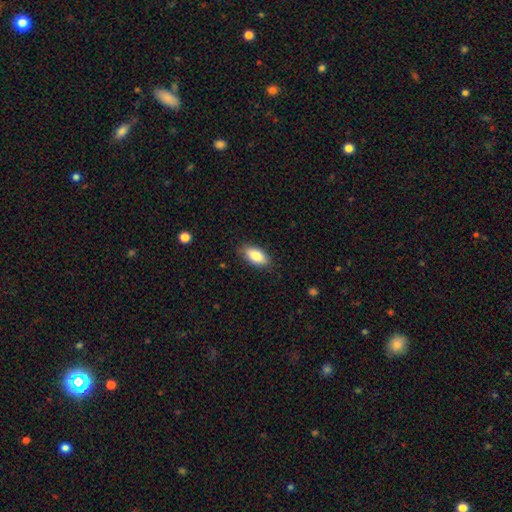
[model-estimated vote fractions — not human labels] smooth 86%, featured or disk 8%, star or artifact 7%. Down the decision tree: how rounded — in between (90%); merging — none (83%).